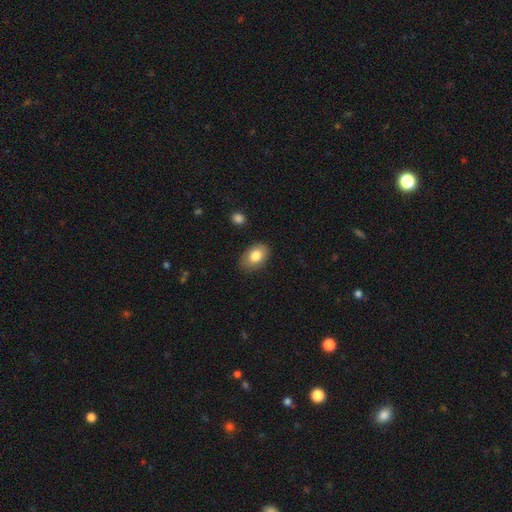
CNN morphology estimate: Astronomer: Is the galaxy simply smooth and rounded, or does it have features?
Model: smooth — 82%.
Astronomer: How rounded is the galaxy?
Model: in between — 85%.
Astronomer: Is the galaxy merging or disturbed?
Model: none — 83%.